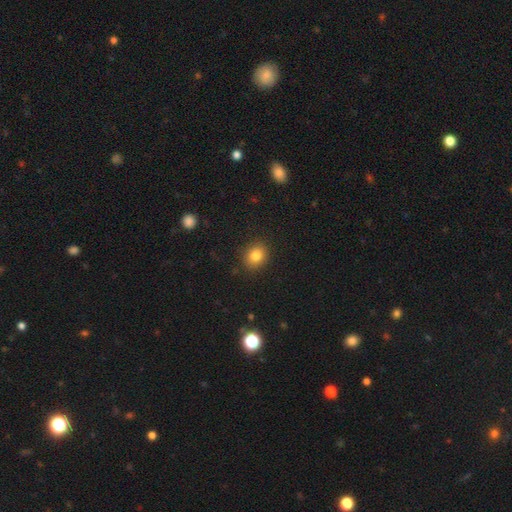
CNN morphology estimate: A smooth galaxy with no disk features (83%) that is round (65%).

Vote fractions:
- Smooth or featured? smooth: 83% / star or artifact: 11% / featured or disk: 6%
- How rounded? round: 65% / in between: 34% / cigar-shaped: 1%
- Merging? none: 89% / minor disturbance: 8% / major disturbance: 2% / merger: 1%